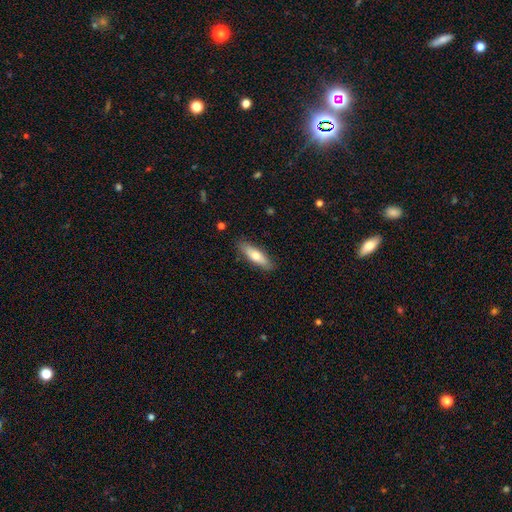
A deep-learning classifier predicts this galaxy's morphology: Q: Smooth or featured?
A: smooth (67%); runner-up: featured or disk (27%)
Q: How rounded?
A: cigar-shaped (56%); runner-up: in between (42%)
Q: Merging?
A: none (86%); runner-up: minor disturbance (10%)